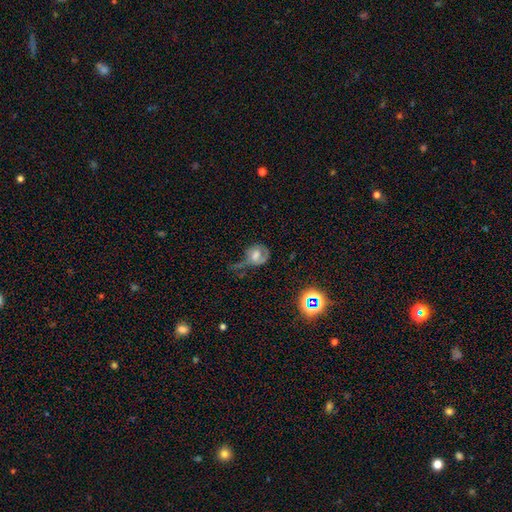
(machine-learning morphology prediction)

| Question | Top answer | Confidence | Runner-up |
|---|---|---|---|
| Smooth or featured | smooth | 49% | featured or disk (37%) |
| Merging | major disturbance | 37% | none (30%) |